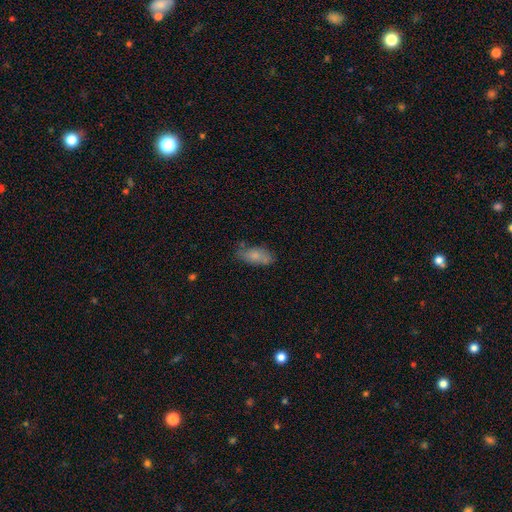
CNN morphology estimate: Q: Smooth or featured?
A: smooth (74%); runner-up: featured or disk (18%)
Q: How rounded?
A: in between (86%); runner-up: cigar-shaped (10%)
Q: Merging?
A: none (62%); runner-up: minor disturbance (26%)